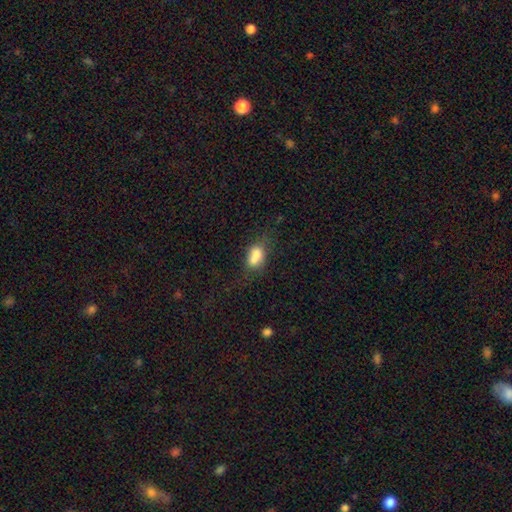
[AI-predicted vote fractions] Smooth or featured? Predicted: smooth (p=0.71). How rounded? Predicted: in between (p=0.65). Merging? Predicted: merger (p=0.51).